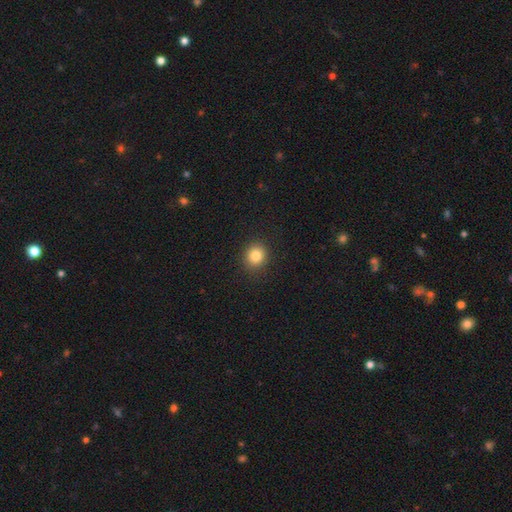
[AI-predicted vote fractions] Overall: smooth (82%). How rounded: round (86%). Merging: none (90%).